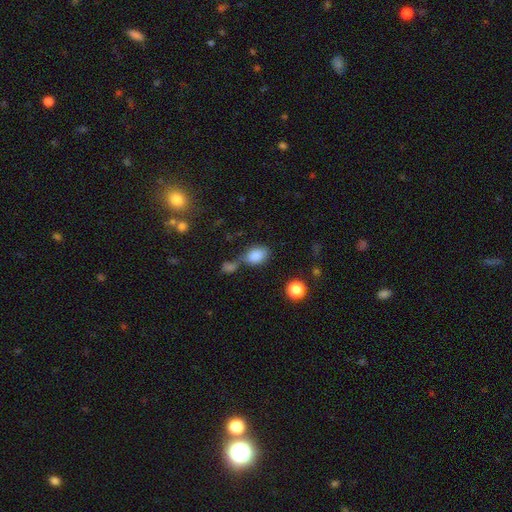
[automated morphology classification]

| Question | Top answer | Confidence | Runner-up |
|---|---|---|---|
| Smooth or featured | smooth | 85% | star or artifact (9%) |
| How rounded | in between | 80% | round (19%) |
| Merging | none | 44% | merger (35%) |